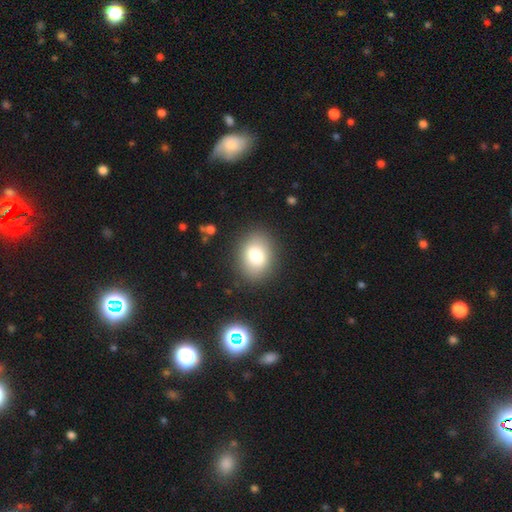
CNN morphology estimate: Smooth or featured?
  - smooth: 78% *
  - featured or disk: 12%
  - star or artifact: 10%
How rounded?
  - in between: 59% *
  - round: 40%
  - cigar-shaped: 1%
Merging?
  - none: 86% *
  - minor disturbance: 9%
  - major disturbance: 3%
  - merger: 2%